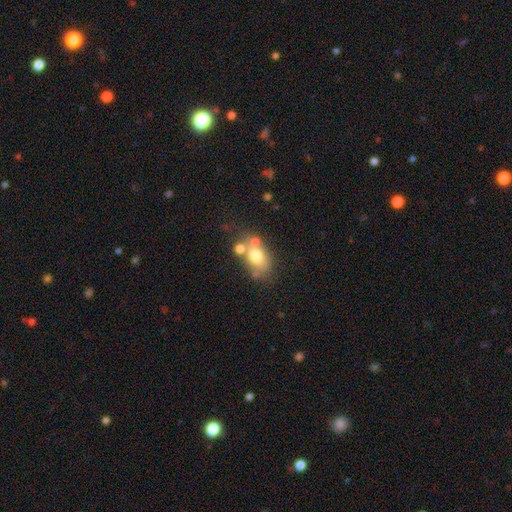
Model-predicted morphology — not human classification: This is likely a smooth galaxy (67%). How rounded: likely in between (73%). Merging: possibly none (51%).